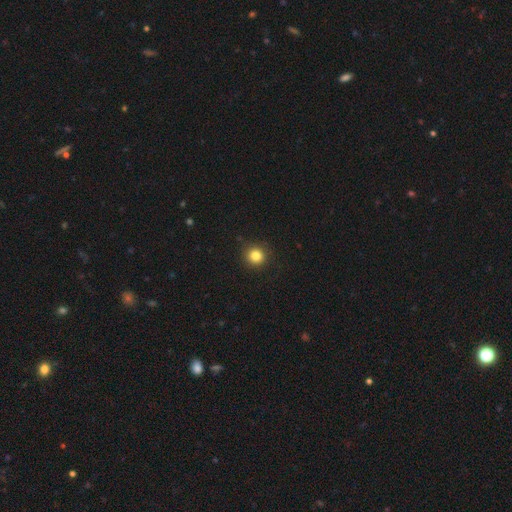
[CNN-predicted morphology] Smooth or featured: smooth — 83% (star or artifact — 12%)
How rounded: round — 93% (in between — 6%)
Merging: none — 91% (minor disturbance — 6%)